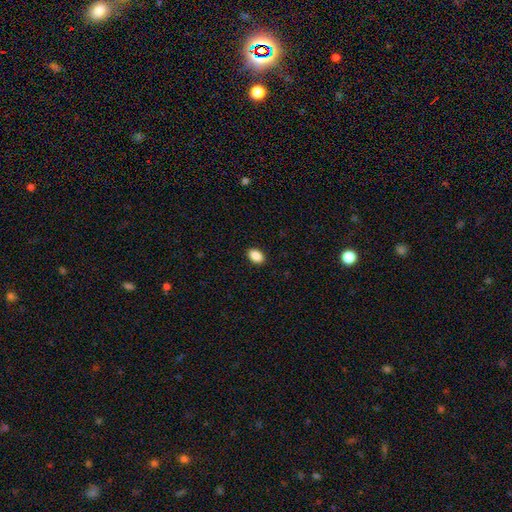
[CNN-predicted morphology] Overall: smooth (89%). How rounded: in between (85%). Merging: none (91%).